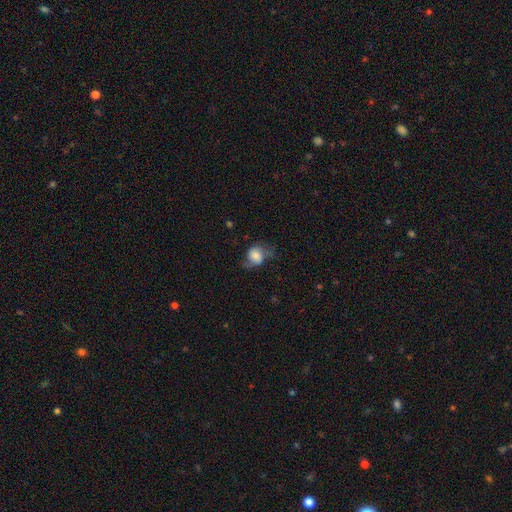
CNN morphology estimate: Smooth or featured? Predicted: smooth (p=0.54). How rounded? Predicted: round (p=0.52). Merging? Predicted: none (p=0.48).